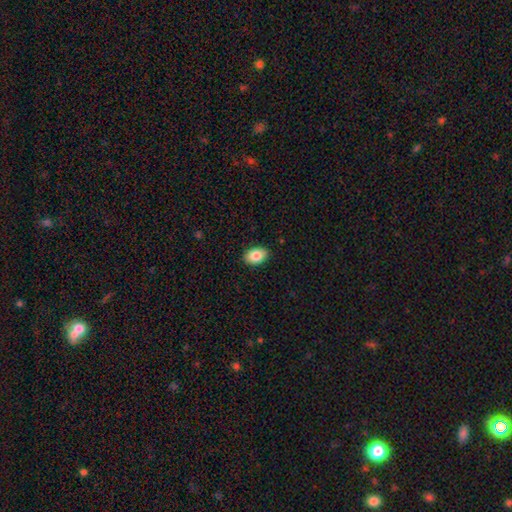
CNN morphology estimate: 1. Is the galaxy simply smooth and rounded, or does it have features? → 86% smooth, 7% star or artifact, 7% featured or disk.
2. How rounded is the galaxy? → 88% in between, 11% round, 1% cigar-shaped.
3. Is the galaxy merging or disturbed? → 89% none, 8% minor disturbance, 2% major disturbance, 1% merger.